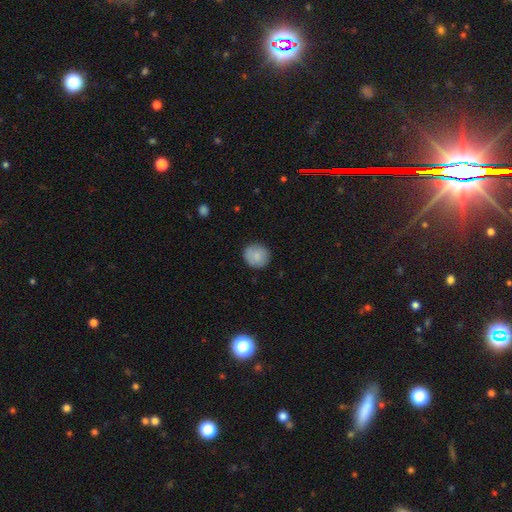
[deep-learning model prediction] This appears to be a smooth galaxy with no disk features (83%) that is round (91%). Merging: none (87%).